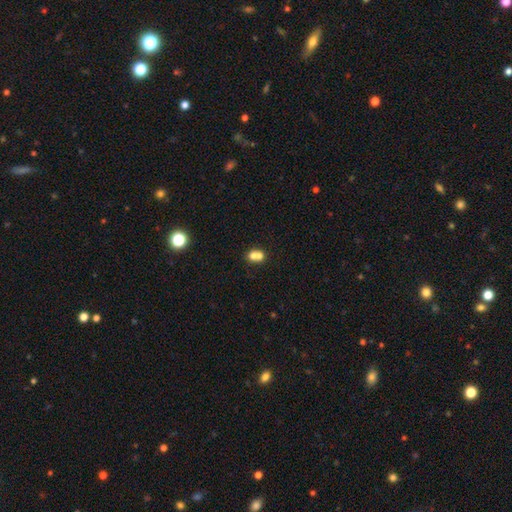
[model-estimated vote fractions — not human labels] smooth_or_featured: smooth (p=0.69) [alt: featured or disk p=0.19]
how_rounded: round (p=0.65) [alt: in between p=0.34]
merging: merger (p=0.66) [alt: none p=0.26]